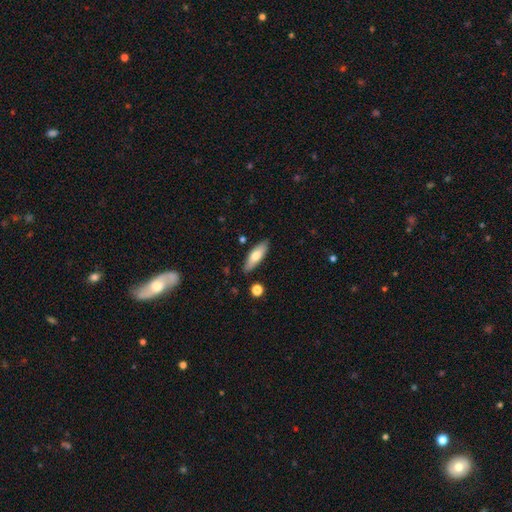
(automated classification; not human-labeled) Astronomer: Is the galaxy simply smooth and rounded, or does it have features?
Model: smooth — 69%.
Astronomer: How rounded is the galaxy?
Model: in between — 56% (runner-up: cigar-shaped, 42%).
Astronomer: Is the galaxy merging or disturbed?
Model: none — 86%.